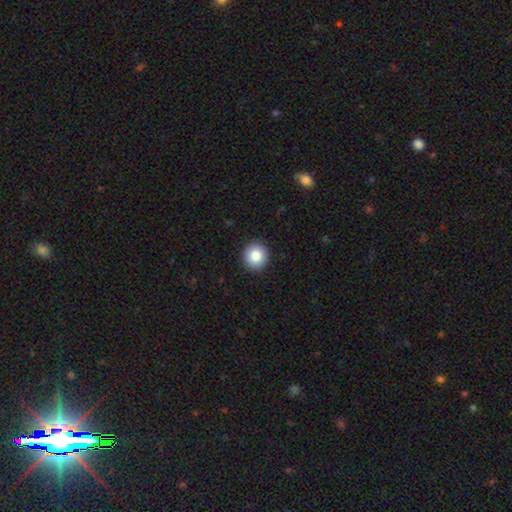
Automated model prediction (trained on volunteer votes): smooth-or-featured: smooth: 85% | star or artifact: 9% | featured or disk: 6%
  how-rounded: round: 91% | in between: 8% | cigar-shaped: 1%
  merging: none: 92% | minor disturbance: 5% | major disturbance: 2% | merger: 1%